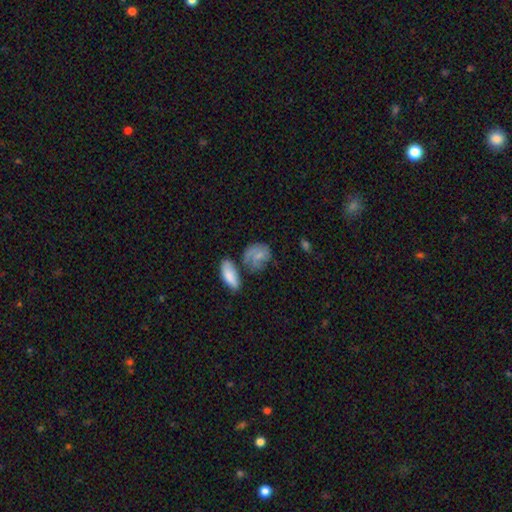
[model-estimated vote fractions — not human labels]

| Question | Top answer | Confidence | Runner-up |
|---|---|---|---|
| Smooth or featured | smooth | 62% | featured or disk (29%) |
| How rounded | in between | 50% | round (48%) |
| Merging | none | 42% | minor disturbance (25%) |